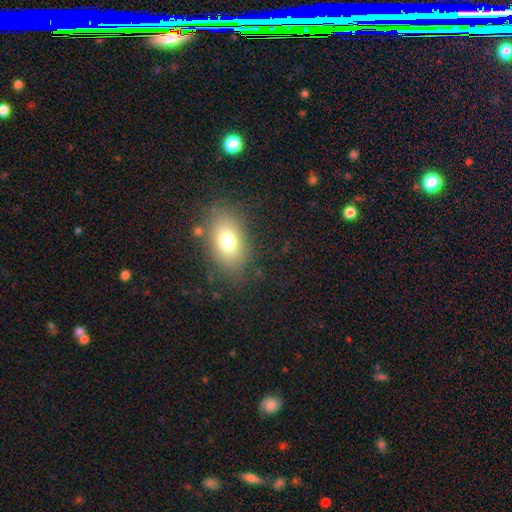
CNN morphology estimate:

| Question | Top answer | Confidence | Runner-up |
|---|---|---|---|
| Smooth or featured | smooth | 72% | star or artifact (16%) |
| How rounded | in between | 83% | round (15%) |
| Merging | none | 84% | minor disturbance (10%) |